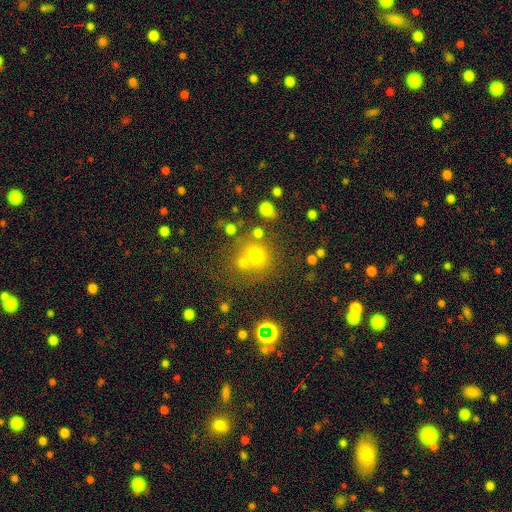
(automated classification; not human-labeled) The model was most divided on "merging": none: 59%, merger: 25%, minor disturbance: 11%, major disturbance: 5%. More confident: how rounded — round (84%); smooth or featured — smooth (67%).